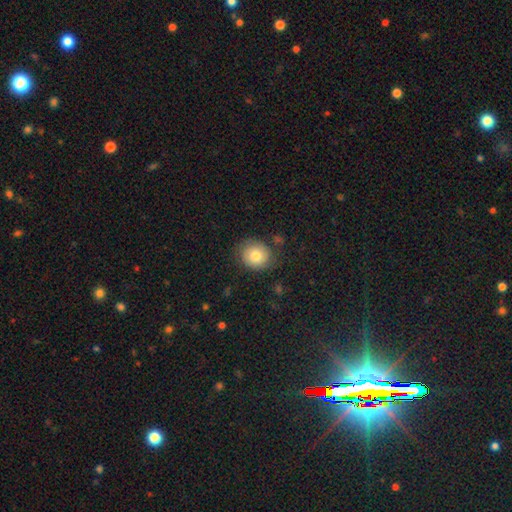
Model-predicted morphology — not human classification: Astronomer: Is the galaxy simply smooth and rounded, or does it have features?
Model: smooth — 74%.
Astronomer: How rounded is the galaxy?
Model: round — 80%.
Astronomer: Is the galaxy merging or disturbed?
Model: none — 76%.